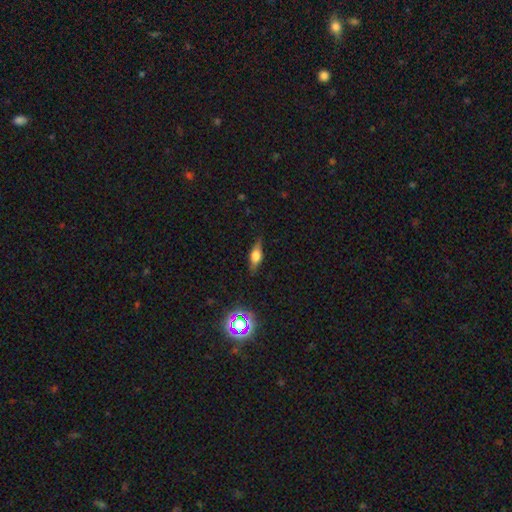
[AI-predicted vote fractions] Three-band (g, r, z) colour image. It shows a featured or disk galaxy (48%). Merging: none (82%).